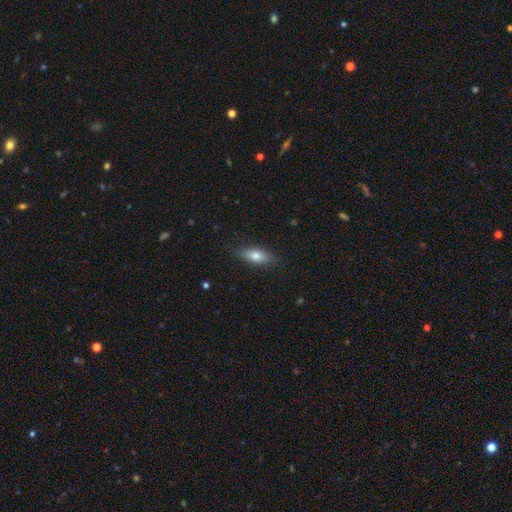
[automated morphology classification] Smooth or featured? Predicted: smooth (p=0.75). How rounded? Predicted: in between (p=0.76). Merging? Predicted: none (p=0.79).